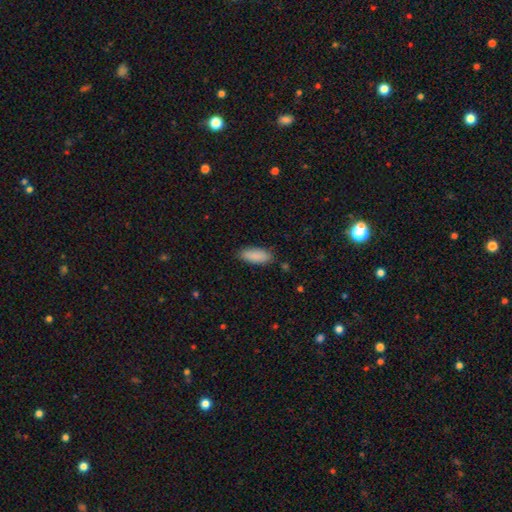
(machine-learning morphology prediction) smooth-or-featured: smooth: 90% | star or artifact: 6% | featured or disk: 4%
  how-rounded: in between: 81% | cigar-shaped: 17% | round: 2%
  merging: none: 85% | minor disturbance: 11% | major disturbance: 2% | merger: 1%